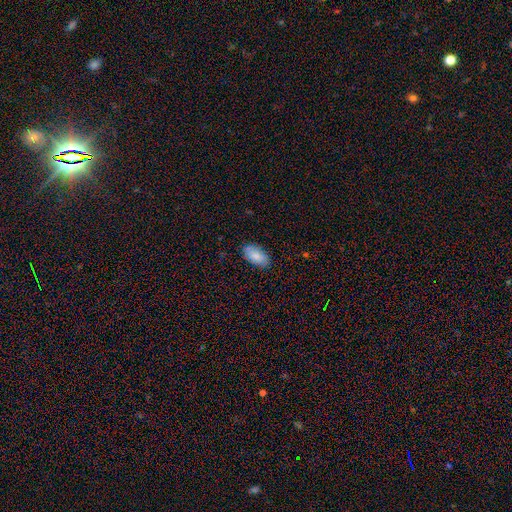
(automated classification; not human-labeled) This appears to be a smooth galaxy with no disk features (82%) that is in between round and cigar-shaped (95%). Merging: none (85%).